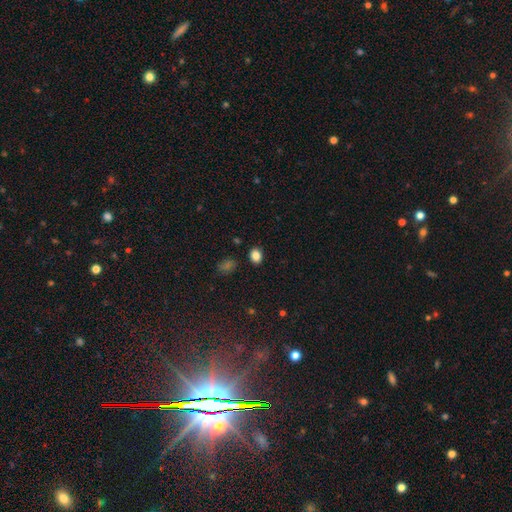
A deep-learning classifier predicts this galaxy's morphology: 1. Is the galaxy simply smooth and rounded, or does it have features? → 85% smooth, 11% star or artifact, 4% featured or disk.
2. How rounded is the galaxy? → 50% round, 49% in between, 1% cigar-shaped.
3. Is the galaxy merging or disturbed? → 88% none, 8% minor disturbance, 2% major disturbance, 2% merger.